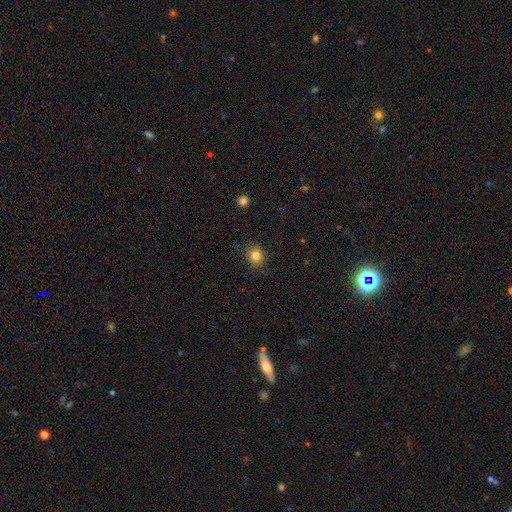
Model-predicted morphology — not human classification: A smooth galaxy with no disk features (82%) that is round (71%).

Vote fractions:
- Smooth or featured? smooth: 82% / star or artifact: 12% / featured or disk: 7%
- How rounded? round: 71% / in between: 28% / cigar-shaped: 1%
- Merging? none: 87% / minor disturbance: 10% / major disturbance: 2% / merger: 1%